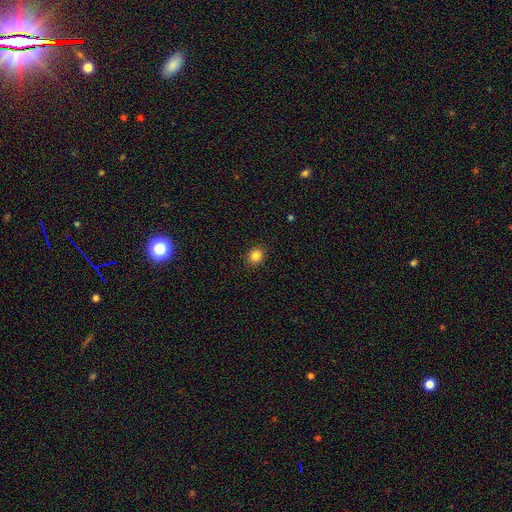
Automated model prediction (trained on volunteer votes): This appears to be a smooth galaxy with no disk features (84%) that is round (75%). Merging: none (91%).